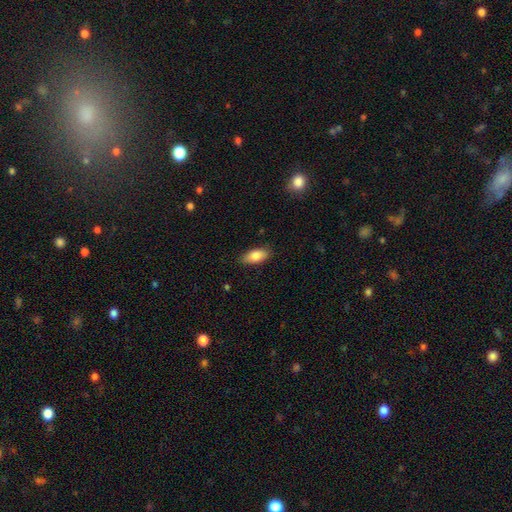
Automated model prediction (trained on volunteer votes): A smooth galaxy with no disk features (83%) that is in between round and cigar-shaped (87%). Merging: none (85%).